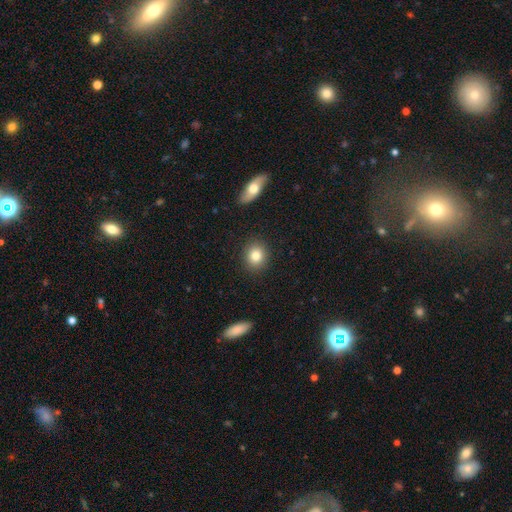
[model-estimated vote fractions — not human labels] smooth_or_featured: smooth (p=0.82) [alt: star or artifact p=0.09]
how_rounded: round (p=0.76) [alt: in between p=0.23]
merging: none (p=0.90) [alt: minor disturbance p=0.06]